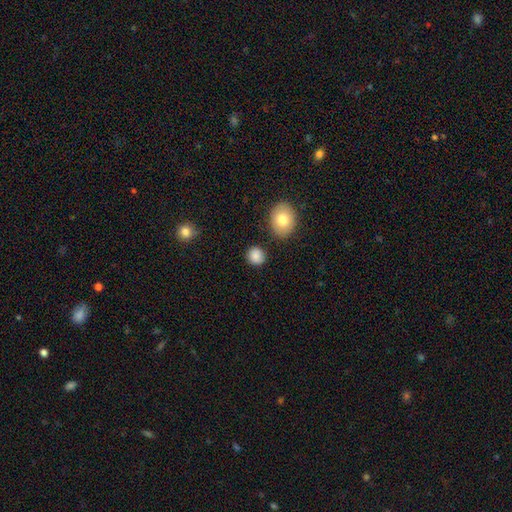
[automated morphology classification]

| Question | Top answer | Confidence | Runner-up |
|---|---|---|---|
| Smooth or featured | smooth | 86% | star or artifact (9%) |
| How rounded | round | 83% | in between (16%) |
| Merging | none | 84% | minor disturbance (10%) |